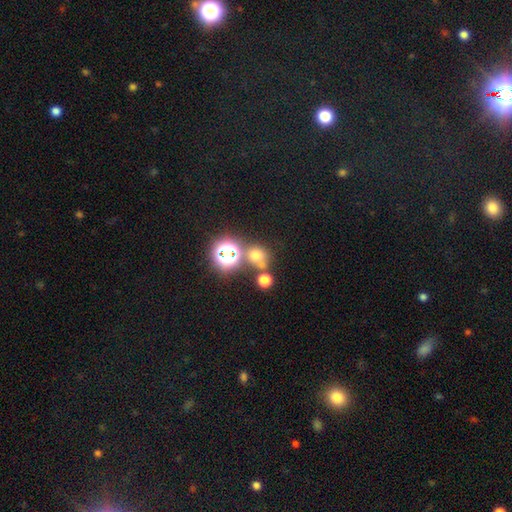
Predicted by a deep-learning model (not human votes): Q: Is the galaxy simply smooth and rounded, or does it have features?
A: smooth — 60%.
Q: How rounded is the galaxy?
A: round — 79%.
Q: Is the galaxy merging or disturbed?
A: none — 58%.